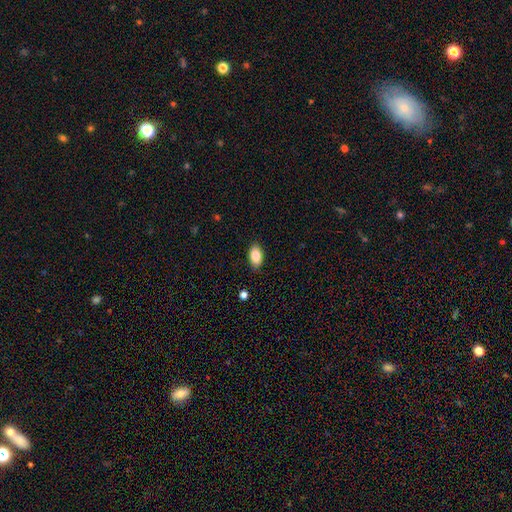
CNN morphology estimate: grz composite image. It shows a smooth galaxy with no disk features (87%) that is in between round and cigar-shaped (92%). Merging: none (87%).